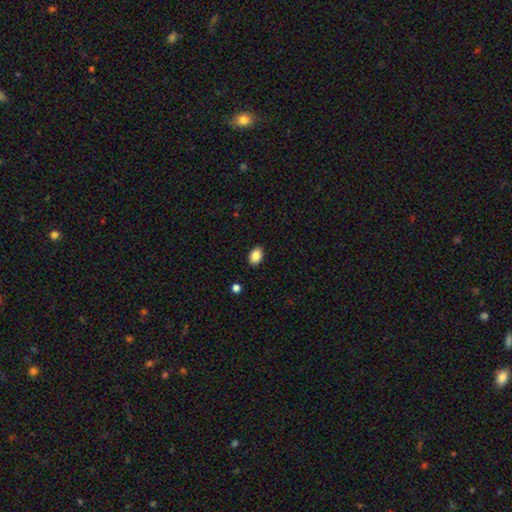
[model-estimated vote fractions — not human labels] smooth-or-featured: smooth: 86% | star or artifact: 8% | featured or disk: 6%
  how-rounded: in between: 84% | round: 15% | cigar-shaped: 1%
  merging: none: 89% | minor disturbance: 8% | major disturbance: 2% | merger: 1%